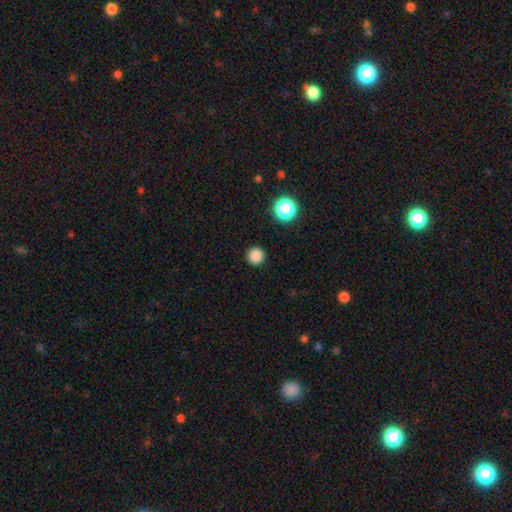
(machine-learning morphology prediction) Smooth or featured? Predicted: smooth (p=0.84). How rounded? Predicted: round (p=0.96). Merging? Predicted: none (p=0.93).